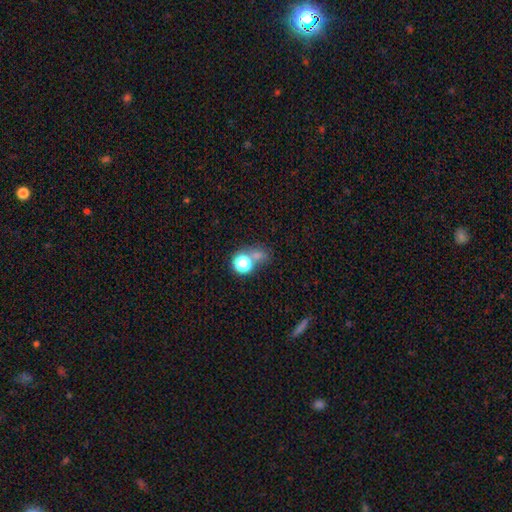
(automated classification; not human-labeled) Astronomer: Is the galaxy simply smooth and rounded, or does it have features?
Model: smooth — 57% (runner-up: star or artifact, 34%).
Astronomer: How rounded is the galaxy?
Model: round — 73%.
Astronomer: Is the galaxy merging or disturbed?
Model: none — 52% (runner-up: merger, 29%).